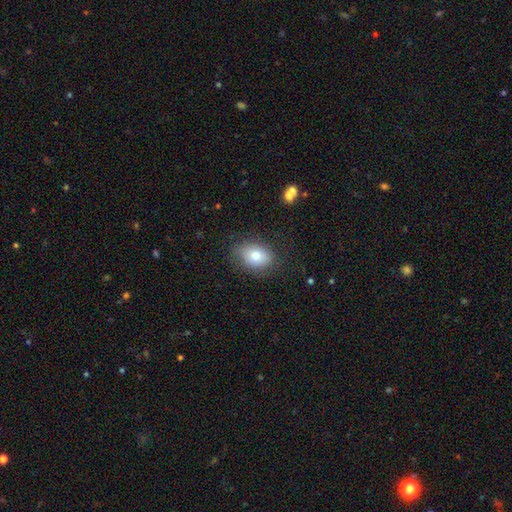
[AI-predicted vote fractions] smooth_or_featured: smooth (p=0.78) [alt: featured or disk p=0.13]
how_rounded: in between (p=0.73) [alt: round p=0.26]
merging: none (p=0.78) [alt: minor disturbance p=0.16]